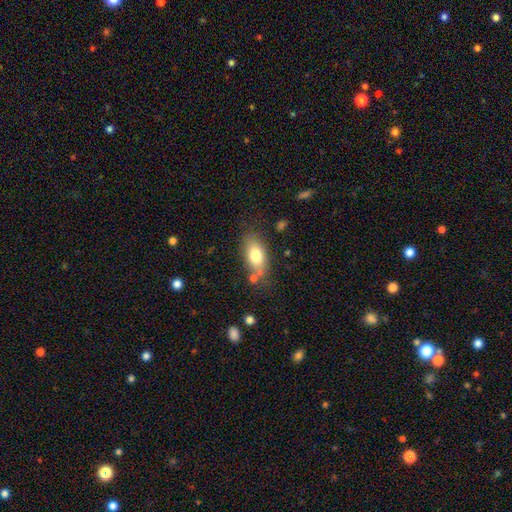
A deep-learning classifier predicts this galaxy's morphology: This appears to be a smooth galaxy with no disk features (76%) that is in between round and cigar-shaped (86%). Merging: none (72%).